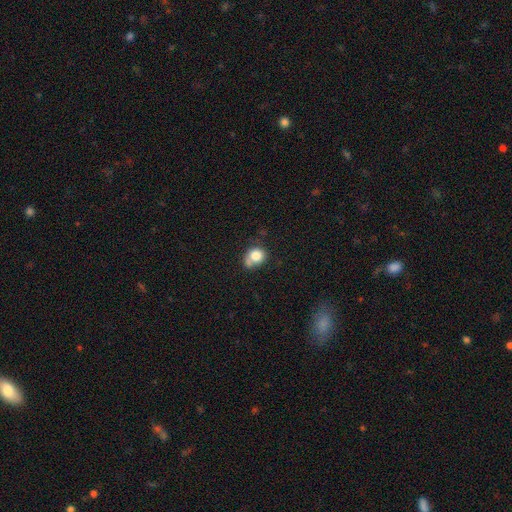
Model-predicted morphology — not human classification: smooth 79%, featured or disk 11%, star or artifact 10%. Down the decision tree: how rounded — round (73%); merging — none (45%).